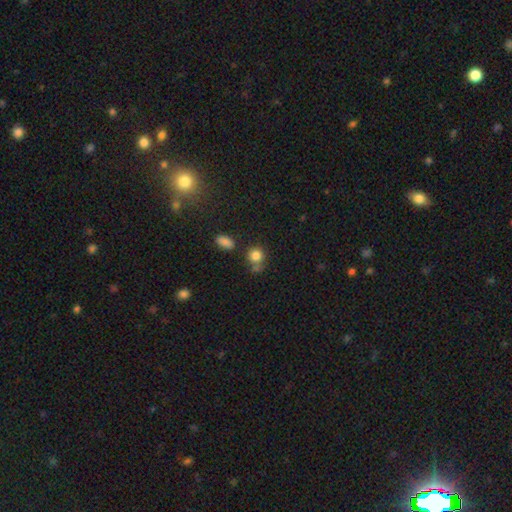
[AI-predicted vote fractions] This is clearly a smooth galaxy (82%). How rounded: clearly round (84%). Merging: likely none (60%).